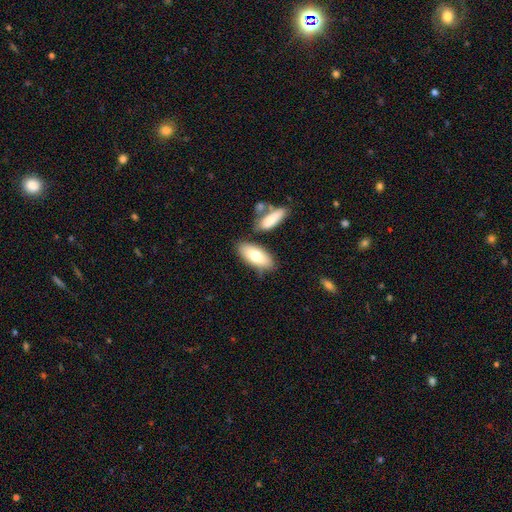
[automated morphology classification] This is likely a smooth galaxy (74%). How rounded: clearly in between (84%). Merging: likely none (70%).